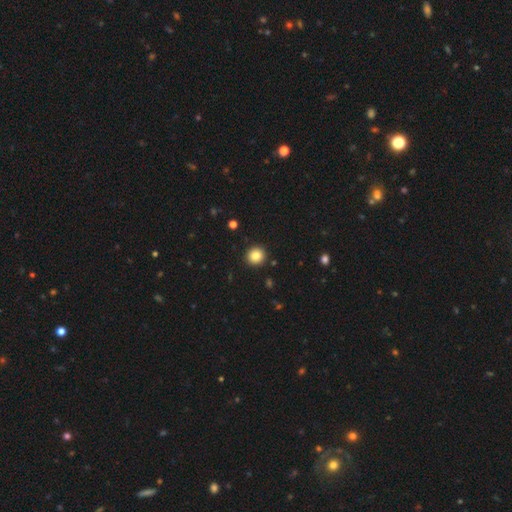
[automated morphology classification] A smooth galaxy with no disk features (84%) that is round (92%). Merging: none (92%).